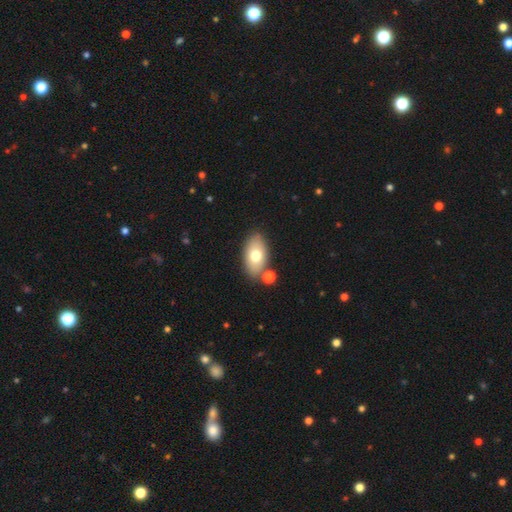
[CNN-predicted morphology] Smooth or featured? Predicted: smooth (p=0.71). How rounded? Predicted: in between (p=0.91). Merging? Predicted: none (p=0.75).